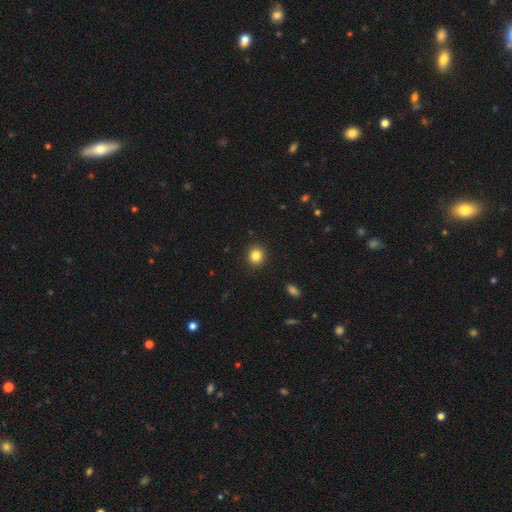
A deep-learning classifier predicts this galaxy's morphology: smooth-or-featured: smooth: 84% | star or artifact: 11% | featured or disk: 5%
  how-rounded: round: 86% | in between: 13% | cigar-shaped: 1%
  merging: none: 91% | minor disturbance: 6% | major disturbance: 2% | merger: 1%